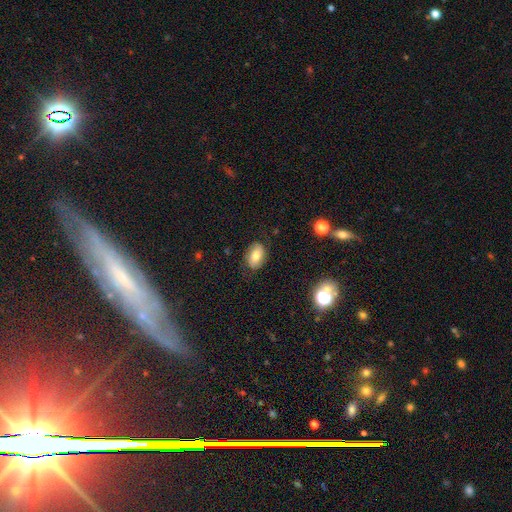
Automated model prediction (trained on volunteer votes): Smooth or featured? smooth (69%)
How rounded? in between (87%)
Merging? none (76%)